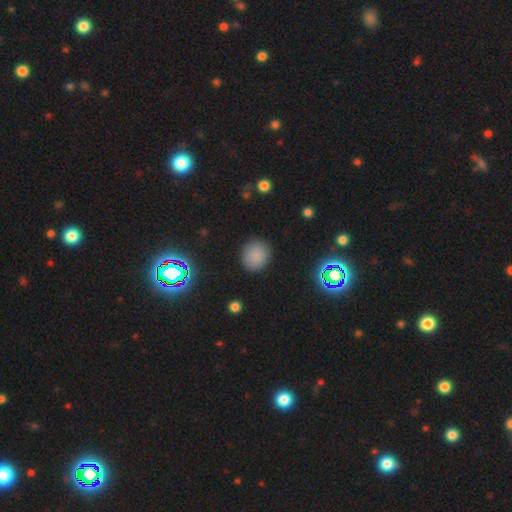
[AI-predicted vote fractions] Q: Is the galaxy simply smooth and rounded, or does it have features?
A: smooth — 81%.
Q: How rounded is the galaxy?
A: round — 87%.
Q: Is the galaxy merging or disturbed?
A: none — 89%.